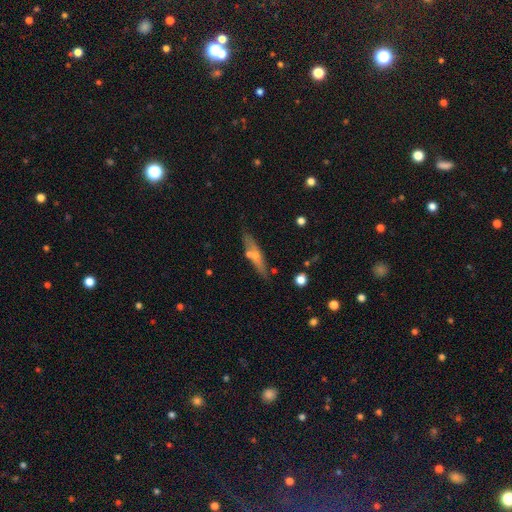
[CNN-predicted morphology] Smooth or featured? Predicted: smooth (p=0.46, tied with featured or disk). Merging? Predicted: none (p=0.77).